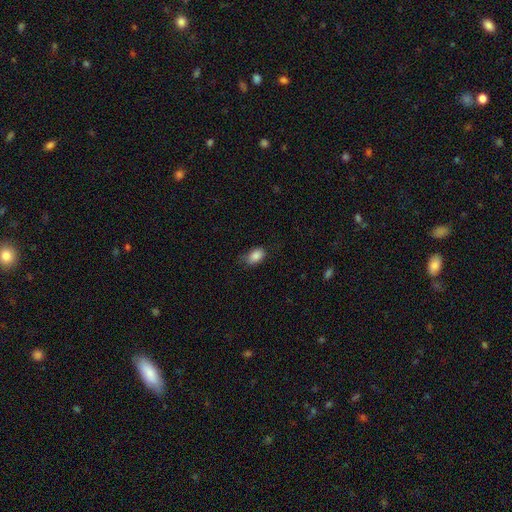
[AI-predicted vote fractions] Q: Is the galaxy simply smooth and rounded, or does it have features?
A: smooth — 87%.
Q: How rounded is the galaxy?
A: in between — 87%.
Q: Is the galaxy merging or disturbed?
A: none — 67%.